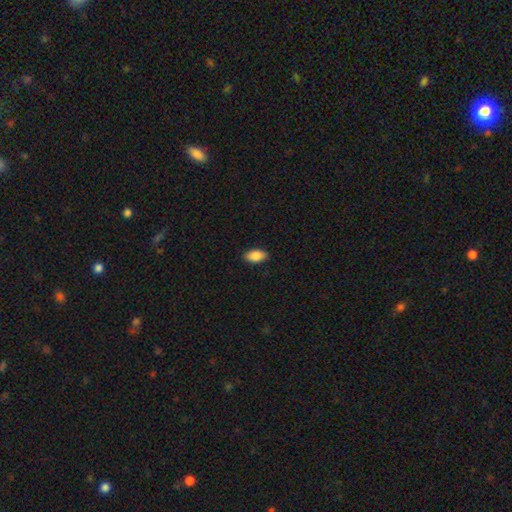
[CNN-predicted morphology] Smooth or featured? smooth (89%)
How rounded? in between (93%)
Merging? none (89%)